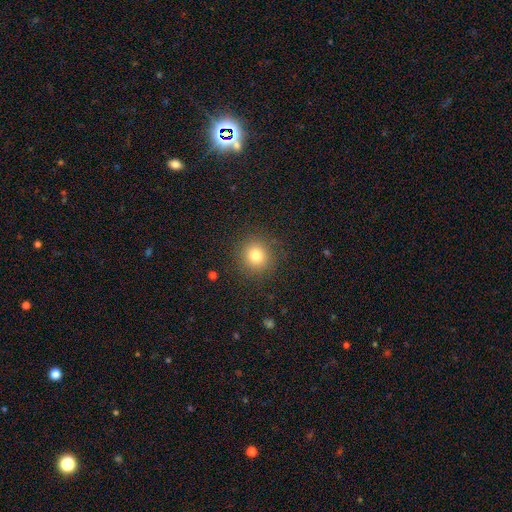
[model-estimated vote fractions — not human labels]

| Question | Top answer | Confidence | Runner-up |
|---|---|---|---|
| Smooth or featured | smooth | 78% | star or artifact (14%) |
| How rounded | round | 91% | in between (8%) |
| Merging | none | 88% | minor disturbance (7%) |